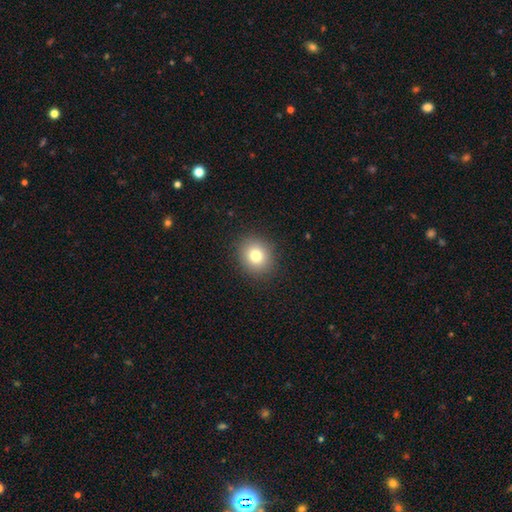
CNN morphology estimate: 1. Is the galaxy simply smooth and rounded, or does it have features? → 79% smooth, 12% star or artifact, 9% featured or disk.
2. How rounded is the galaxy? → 78% round, 21% in between, 1% cigar-shaped.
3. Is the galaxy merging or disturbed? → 90% none, 7% minor disturbance, 2% major disturbance, 1% merger.